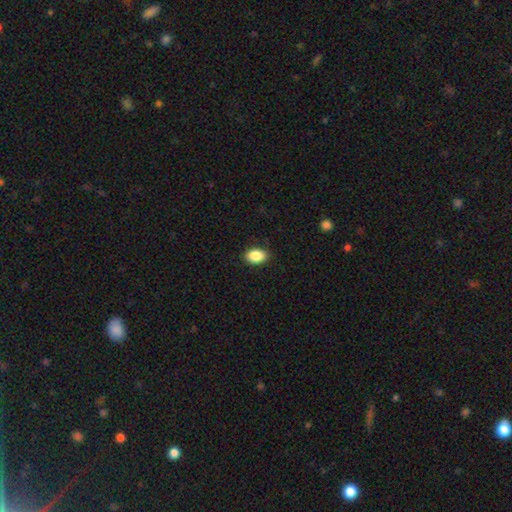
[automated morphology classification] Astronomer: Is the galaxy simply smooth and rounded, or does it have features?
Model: smooth — 88%.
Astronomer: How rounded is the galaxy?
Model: in between — 88%.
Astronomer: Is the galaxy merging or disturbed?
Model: none — 88%.